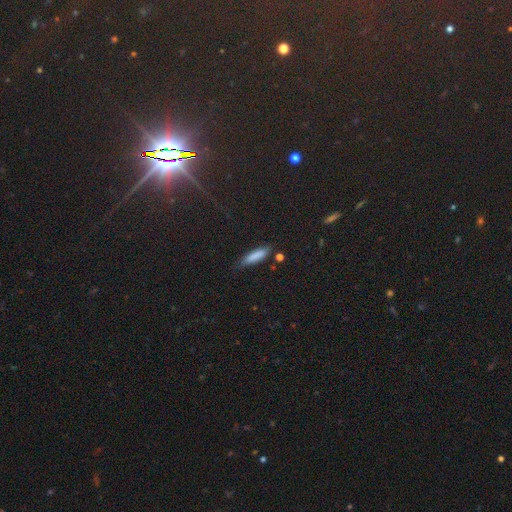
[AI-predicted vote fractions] Smooth or featured?
  - smooth: 81% *
  - featured or disk: 11%
  - star or artifact: 9%
How rounded?
  - cigar-shaped: 76% *
  - in between: 22%
  - round: 2%
Merging?
  - none: 78% *
  - minor disturbance: 16%
  - major disturbance: 3%
  - merger: 2%